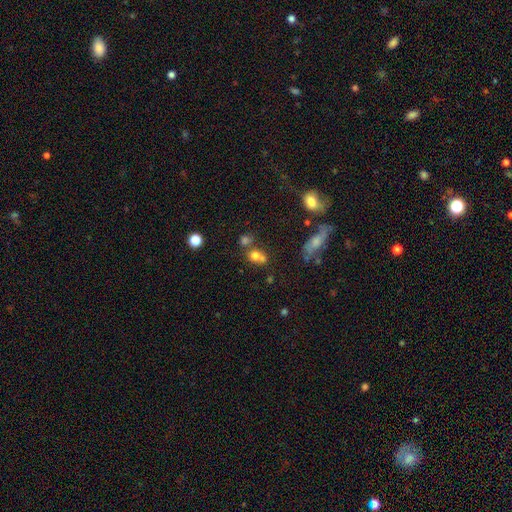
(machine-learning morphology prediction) This is likely a smooth galaxy (72%). How rounded: likely round (67%). Merging: possibly merger (48%).